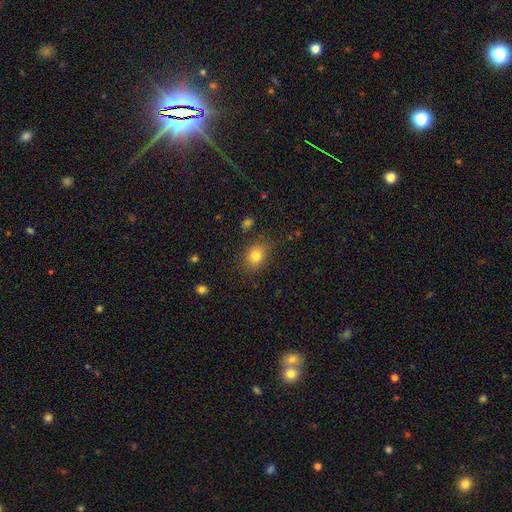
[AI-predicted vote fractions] Smooth or featured? smooth (81%)
How rounded? in between (61%)
Merging? none (82%)